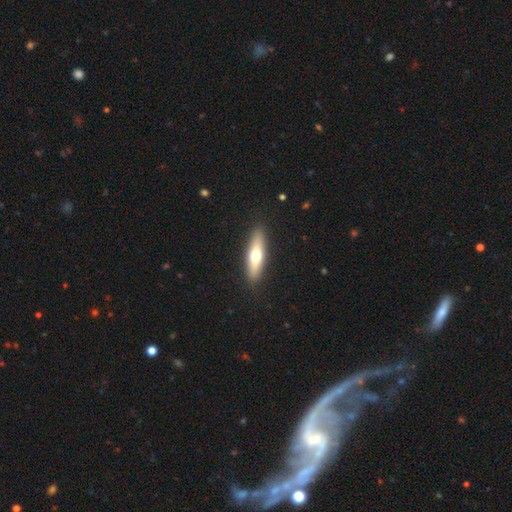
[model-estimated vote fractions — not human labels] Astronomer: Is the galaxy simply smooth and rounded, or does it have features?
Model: smooth — 58% (runner-up: featured or disk, 36%).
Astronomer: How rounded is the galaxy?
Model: cigar-shaped — 68%.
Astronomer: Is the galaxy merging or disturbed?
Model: none — 89%.